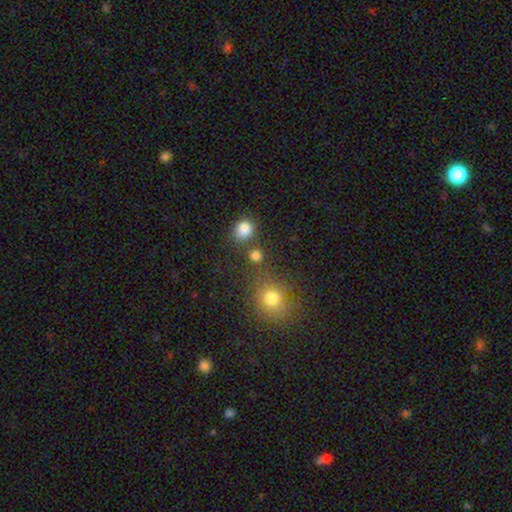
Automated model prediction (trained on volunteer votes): Smooth or featured? Predicted: smooth (p=0.80). How rounded? Predicted: round (p=0.83). Merging? Predicted: none (p=0.75).